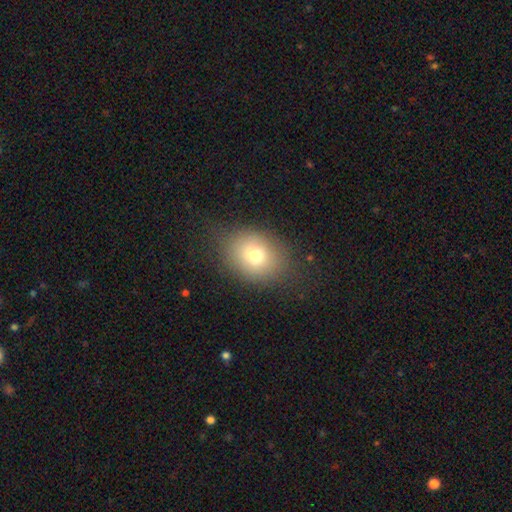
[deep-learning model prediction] smooth_or_featured: smooth (p=0.71) [alt: star or artifact p=0.16]
how_rounded: in between (p=0.53) [alt: round p=0.46]
merging: none (p=0.82) [alt: minor disturbance p=0.13]